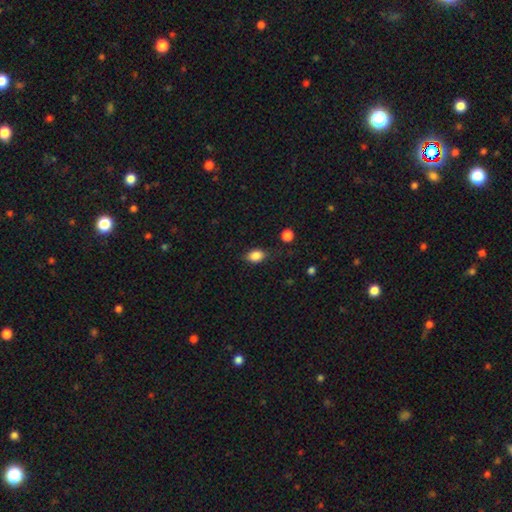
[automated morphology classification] Smooth or featured? smooth (85%)
How rounded? in between (76%)
Merging? none (76%)